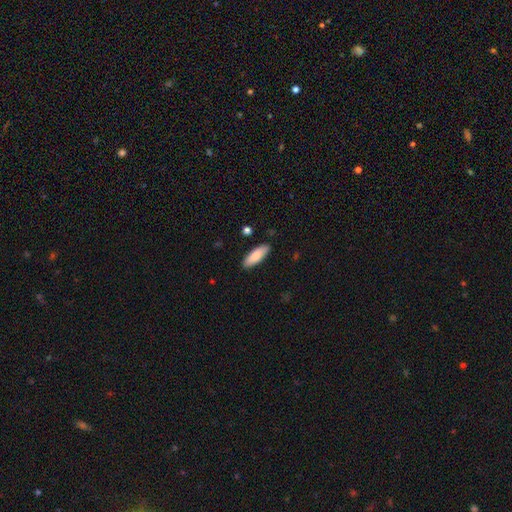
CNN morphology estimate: The model was most divided on "how rounded": in between: 64%, cigar-shaped: 34%, round: 2%. More confident: merging — none (88%); smooth or featured — smooth (84%).